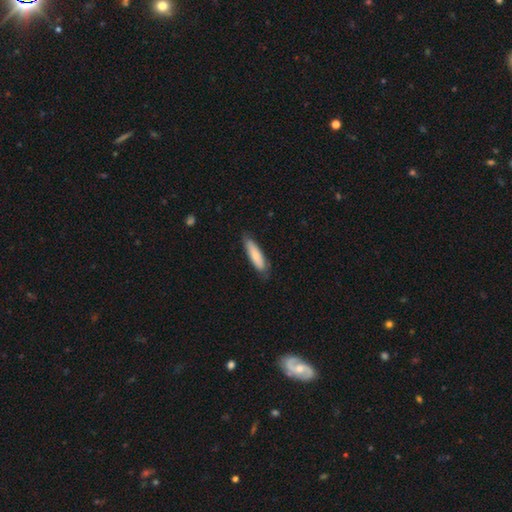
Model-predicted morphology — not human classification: type=smooth (79%); roundness=cigar-shaped (67%); merging=none (77%).